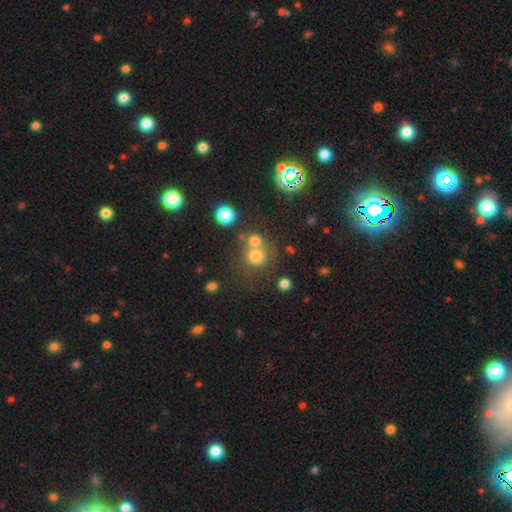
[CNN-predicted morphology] Smooth or featured: smooth — 72% (star or artifact — 17%)
How rounded: round — 84% (in between — 15%)
Merging: none — 48% (merger — 39%)